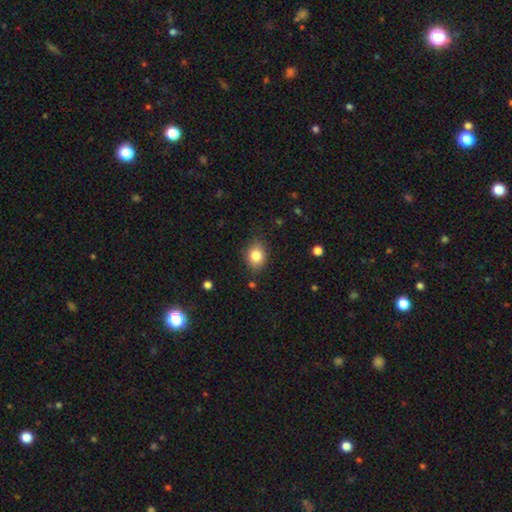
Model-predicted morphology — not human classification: Smooth or featured: smooth — 82% (star or artifact — 10%)
How rounded: in between — 52% (round — 47%)
Merging: none — 82% (minor disturbance — 13%)